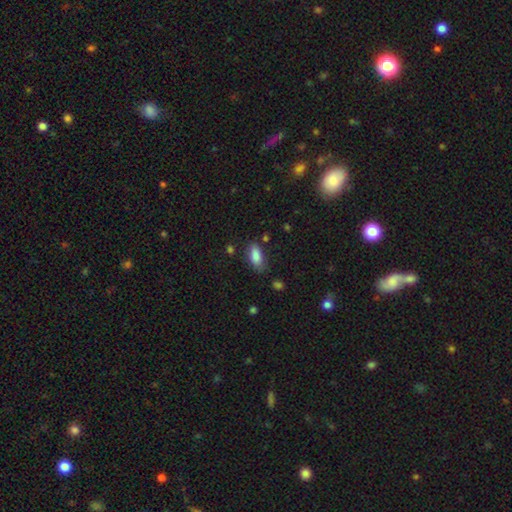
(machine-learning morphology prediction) This is clearly a smooth galaxy (85%). How rounded: clearly in between (87%). Merging: likely none (72%).